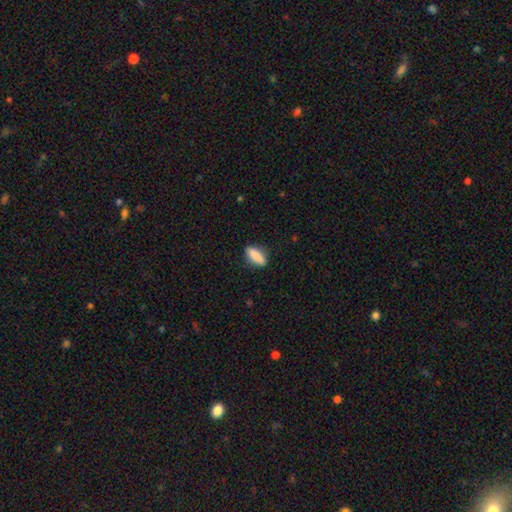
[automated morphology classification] Smooth or featured?
  - smooth: 86% *
  - featured or disk: 7%
  - star or artifact: 7%
How rounded?
  - in between: 64% *
  - cigar-shaped: 34%
  - round: 3%
Merging?
  - none: 85% *
  - minor disturbance: 11%
  - major disturbance: 3%
  - merger: 1%